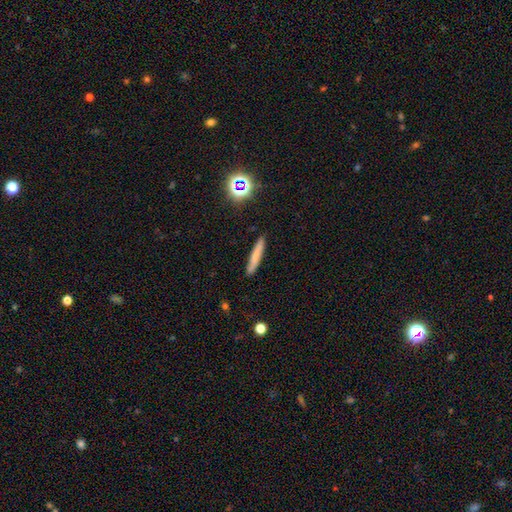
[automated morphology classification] Smooth or featured?
  - smooth: 69% *
  - featured or disk: 20%
  - star or artifact: 11%
How rounded?
  - cigar-shaped: 93% *
  - in between: 5%
  - round: 2%
Merging?
  - none: 88% *
  - minor disturbance: 8%
  - major disturbance: 2%
  - merger: 2%